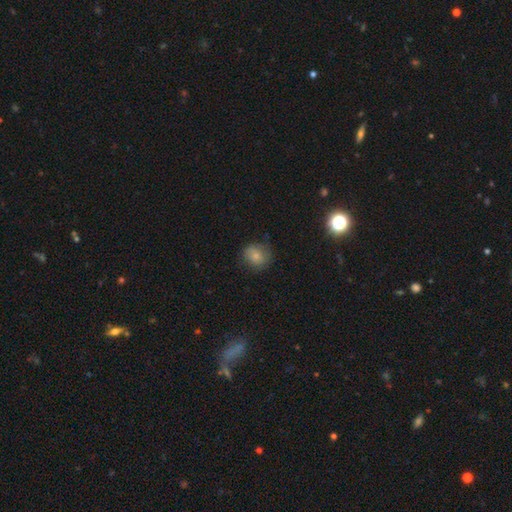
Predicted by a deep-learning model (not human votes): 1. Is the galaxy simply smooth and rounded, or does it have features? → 74% smooth, 16% featured or disk, 10% star or artifact.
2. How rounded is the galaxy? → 76% round, 23% in between, 1% cigar-shaped.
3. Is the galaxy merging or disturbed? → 67% none, 24% minor disturbance, 8% major disturbance, 1% merger.